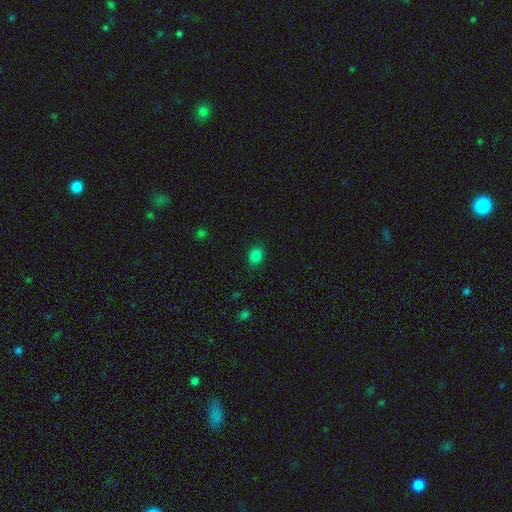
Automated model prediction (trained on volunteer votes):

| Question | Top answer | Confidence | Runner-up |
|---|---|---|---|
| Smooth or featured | smooth | 82% | star or artifact (13%) |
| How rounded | in between | 55% | round (44%) |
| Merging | none | 85% | minor disturbance (11%) |